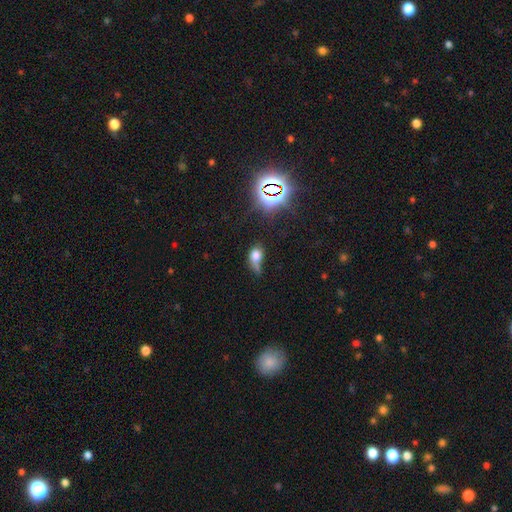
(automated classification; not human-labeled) Overall: smooth (64%). How rounded: in between (61%; round 34%). Merging: major disturbance (34%; minor disturbance 29%).